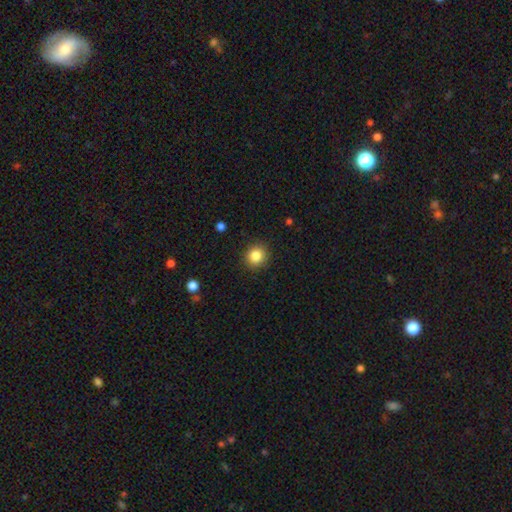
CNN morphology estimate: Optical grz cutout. It shows a smooth galaxy with no disk features (84%) that is round (89%). Merging: none (90%).